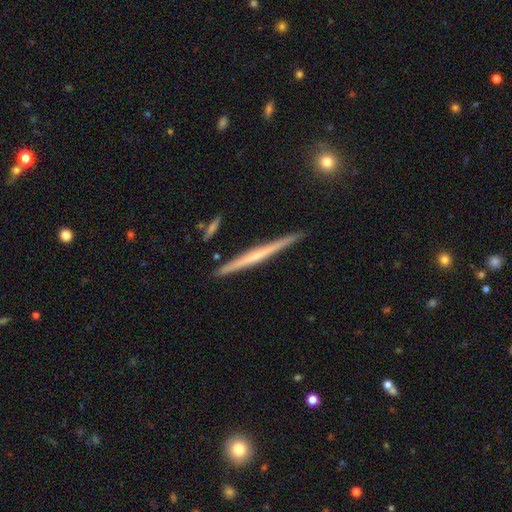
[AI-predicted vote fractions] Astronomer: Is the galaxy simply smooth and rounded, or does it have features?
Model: featured or disk — 64%.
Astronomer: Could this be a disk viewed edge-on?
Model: yes — 98%.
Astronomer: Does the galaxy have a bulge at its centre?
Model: none — 69%.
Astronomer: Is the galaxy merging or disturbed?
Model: none — 91%.